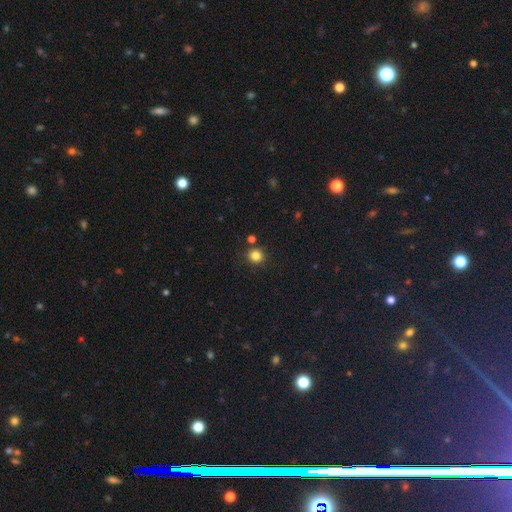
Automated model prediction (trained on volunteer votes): smooth-or-featured: smooth: 82% | star or artifact: 13% | featured or disk: 5%
  how-rounded: round: 88% | in between: 11% | cigar-shaped: 1%
  merging: none: 83% | minor disturbance: 8% | merger: 6% | major disturbance: 3%